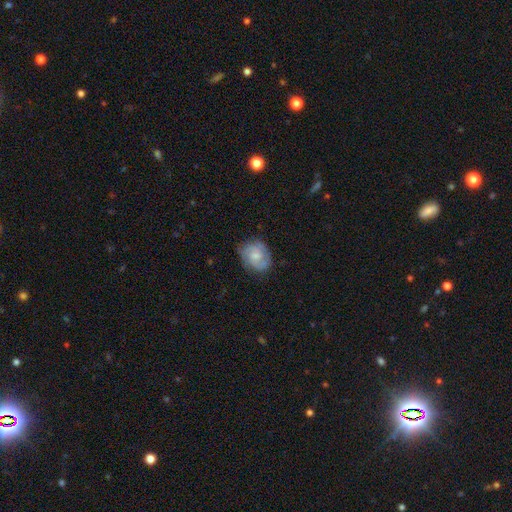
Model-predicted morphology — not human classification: A featured or disk galaxy (61%) with no bar (63%), 2 (54%) tight (47%) spiral arms (88%) and a small central bulge (45%). Merging: none (72%).